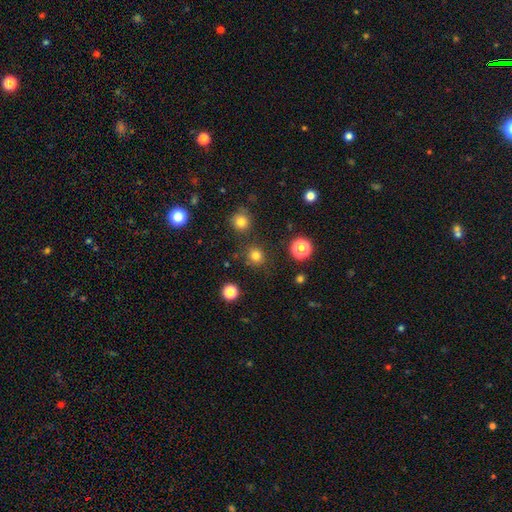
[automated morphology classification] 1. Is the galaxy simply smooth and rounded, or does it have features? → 79% smooth, 16% star or artifact, 5% featured or disk.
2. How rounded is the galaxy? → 92% round, 7% in between, 1% cigar-shaped.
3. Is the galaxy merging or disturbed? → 87% none, 7% minor disturbance, 3% merger, 3% major disturbance.